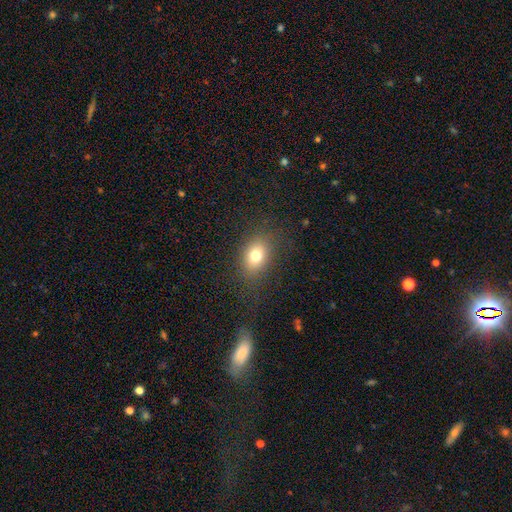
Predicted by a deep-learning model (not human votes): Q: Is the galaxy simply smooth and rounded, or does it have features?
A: smooth — 76%.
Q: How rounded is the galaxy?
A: in between — 70%.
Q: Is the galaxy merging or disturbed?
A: none — 82%.